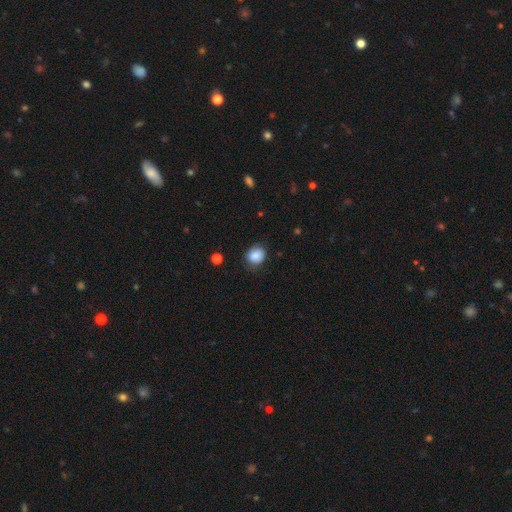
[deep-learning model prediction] smooth 83%, featured or disk 8%, star or artifact 8%. Down the decision tree: how rounded — round (62%); merging — none (70%).